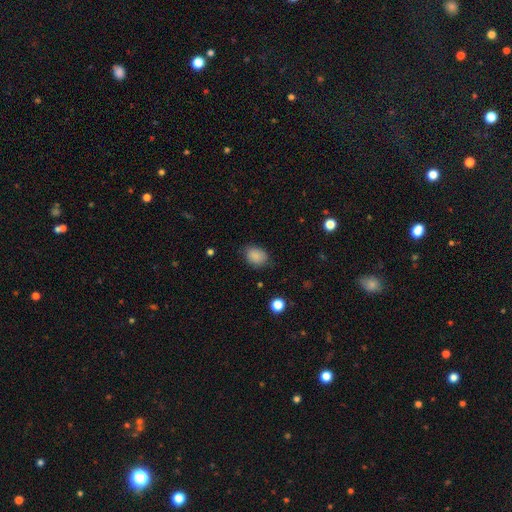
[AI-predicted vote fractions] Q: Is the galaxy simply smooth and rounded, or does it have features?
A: smooth — 87%.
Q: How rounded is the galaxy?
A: in between — 62%.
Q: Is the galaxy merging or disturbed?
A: none — 77%.